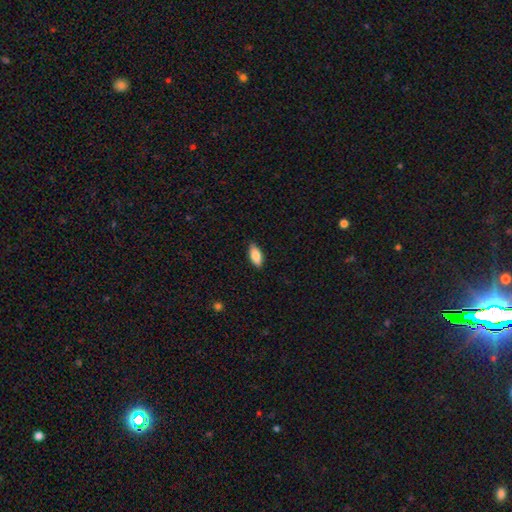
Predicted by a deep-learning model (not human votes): Smooth or featured?
  - smooth: 85% *
  - featured or disk: 9%
  - star or artifact: 6%
How rounded?
  - in between: 83% *
  - cigar-shaped: 15%
  - round: 2%
Merging?
  - none: 87% *
  - minor disturbance: 10%
  - major disturbance: 2%
  - merger: 1%